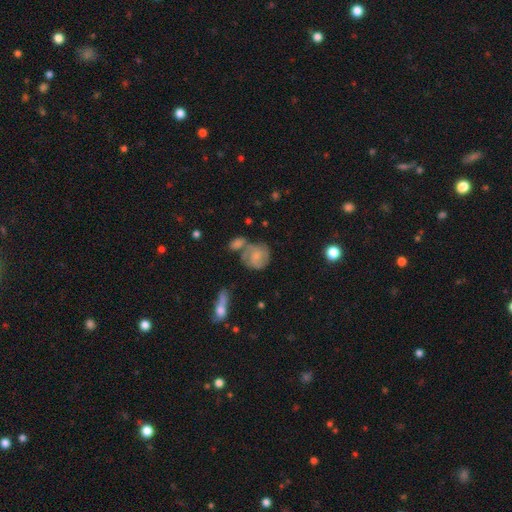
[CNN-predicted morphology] Smooth or featured? Predicted: smooth (p=0.52). How rounded? Predicted: round (p=0.67). Merging? Predicted: none (p=0.37).